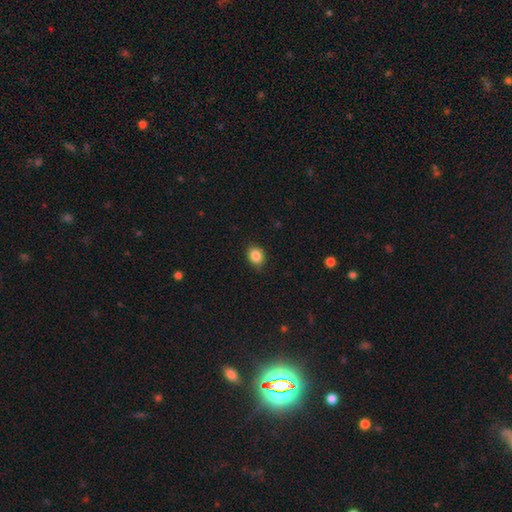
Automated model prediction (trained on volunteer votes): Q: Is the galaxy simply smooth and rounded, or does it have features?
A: smooth — 86%.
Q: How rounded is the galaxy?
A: round — 53%.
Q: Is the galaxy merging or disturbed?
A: none — 86%.